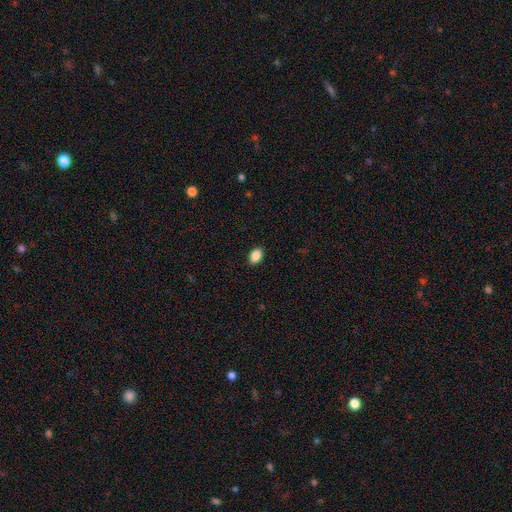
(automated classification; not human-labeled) Morphology: type=smooth (89%); roundness=in between (84%); merging=none (89%).